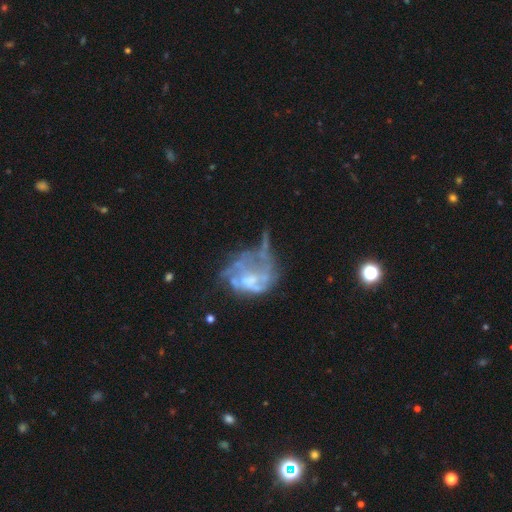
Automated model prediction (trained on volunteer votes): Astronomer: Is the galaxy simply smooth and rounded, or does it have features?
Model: featured or disk — 62%.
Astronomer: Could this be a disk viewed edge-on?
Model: no — 97%.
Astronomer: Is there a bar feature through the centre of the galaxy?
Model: no — 76%.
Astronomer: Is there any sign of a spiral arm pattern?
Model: no — 67%.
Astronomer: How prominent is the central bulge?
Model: moderate — 33% (runner-up: none, 31%).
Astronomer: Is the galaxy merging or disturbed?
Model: major disturbance — 43% (runner-up: none, 25%).